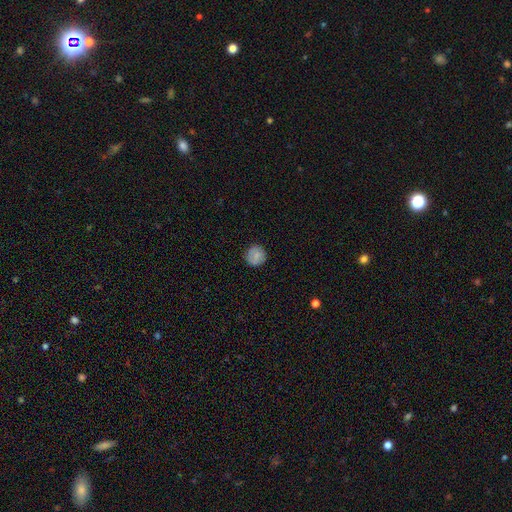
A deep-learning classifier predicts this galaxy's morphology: type=smooth (76%); roundness=round (93%); merging=none (87%).